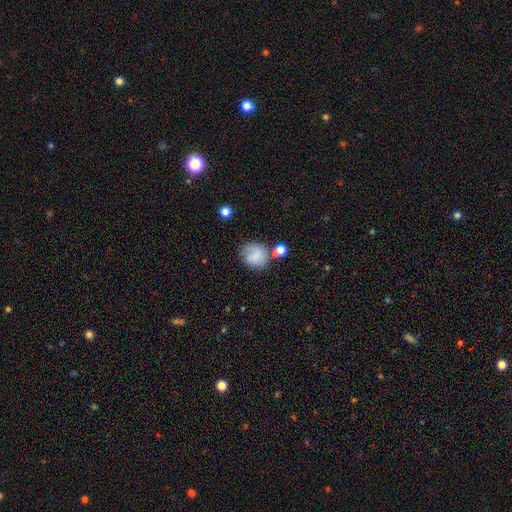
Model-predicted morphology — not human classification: The model was most divided on "merging": none: 54%, minor disturbance: 24%, major disturbance: 12%, merger: 9%. More confident: how rounded — round (69%); smooth or featured — smooth (68%).